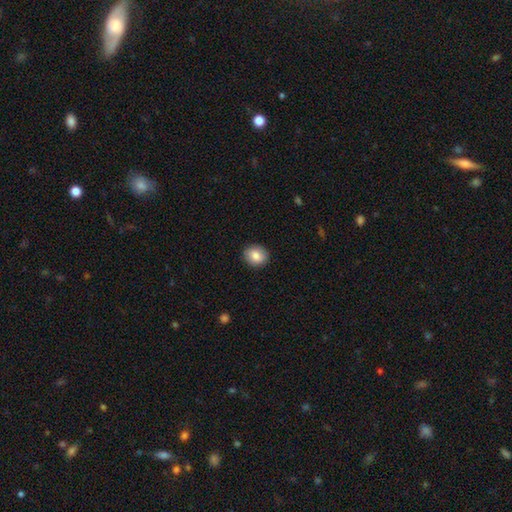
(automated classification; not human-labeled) The model was most divided on "how rounded": round: 67%, in between: 32%, cigar-shaped: 1%. More confident: merging — none (89%); smooth or featured — smooth (83%).